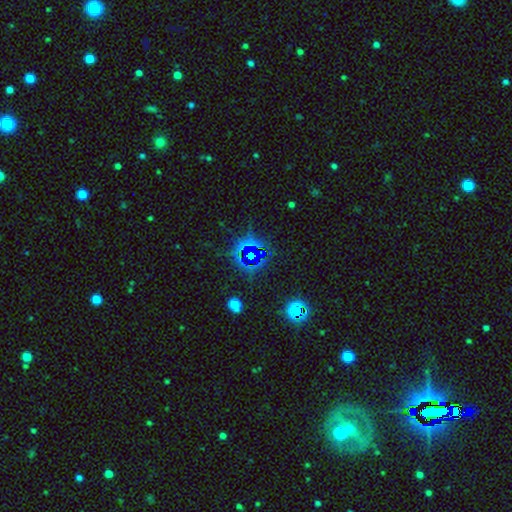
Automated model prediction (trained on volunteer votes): Smooth or featured? Predicted: star or artifact (p=0.79).